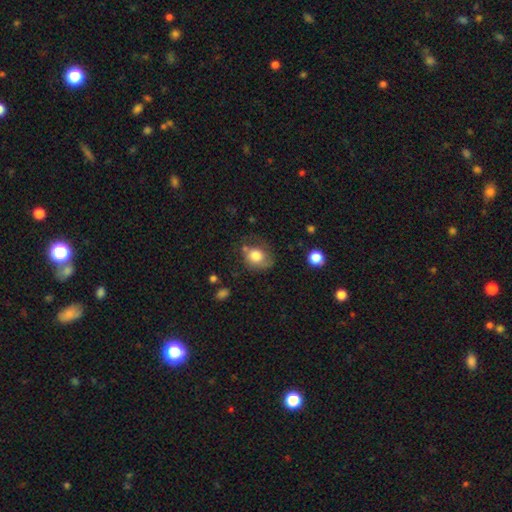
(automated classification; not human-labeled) smooth-or-featured: smooth: 76% | featured or disk: 15% | star or artifact: 9%
  how-rounded: round: 64% | in between: 35% | cigar-shaped: 1%
  merging: none: 50% | minor disturbance: 28% | major disturbance: 17% | merger: 6%